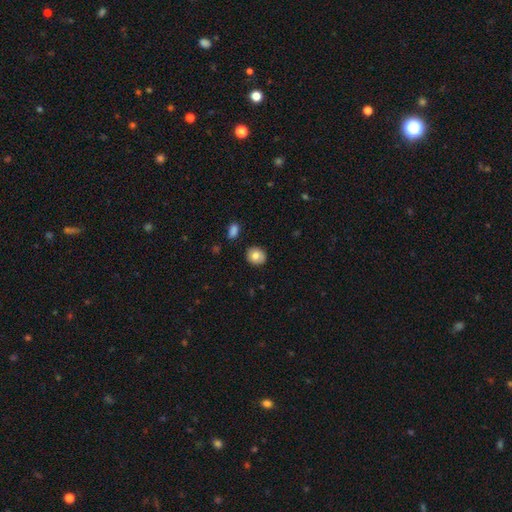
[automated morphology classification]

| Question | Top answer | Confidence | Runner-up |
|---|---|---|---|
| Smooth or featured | smooth | 78% | featured or disk (14%) |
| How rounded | round | 77% | in between (22%) |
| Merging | none | 86% | minor disturbance (10%) |